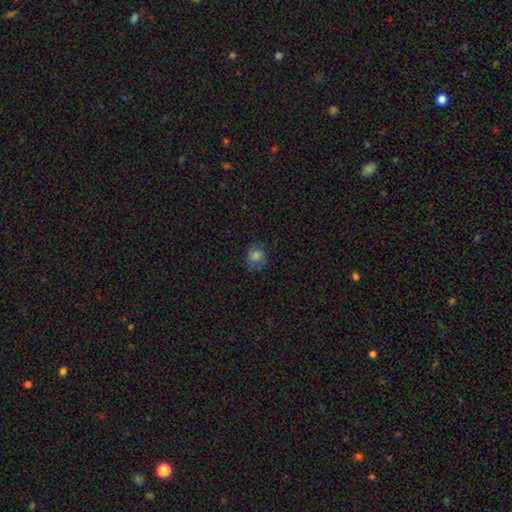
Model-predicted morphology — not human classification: Smooth or featured? Predicted: smooth (p=0.64). How rounded? Predicted: round (p=0.71). Merging? Predicted: none (p=0.67).